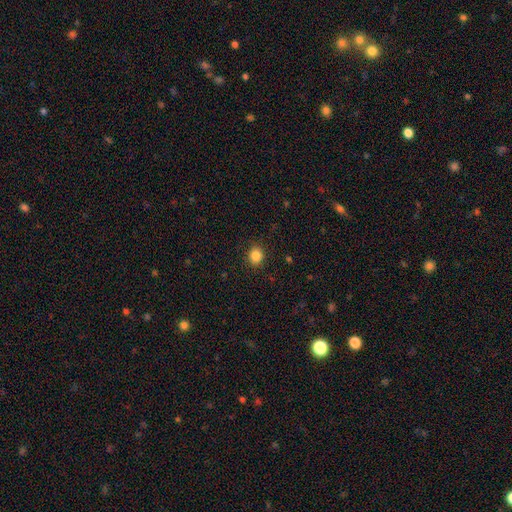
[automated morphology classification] A smooth galaxy with no disk features (86%) that is round (75%). Merging: none (90%).